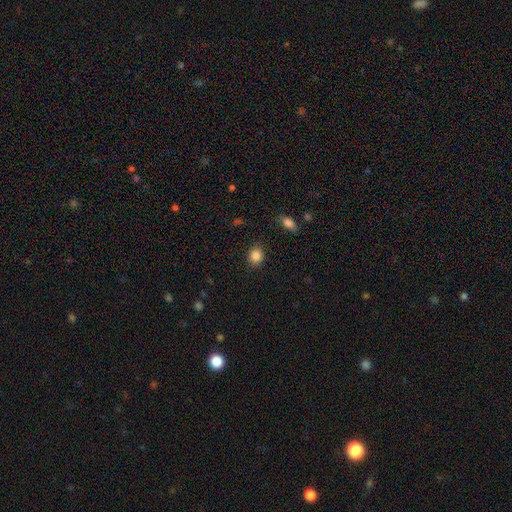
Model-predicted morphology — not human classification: Q: Smooth or featured?
A: smooth (85%); runner-up: star or artifact (10%)
Q: How rounded?
A: round (63%); runner-up: in between (36%)
Q: Merging?
A: none (86%); runner-up: minor disturbance (10%)